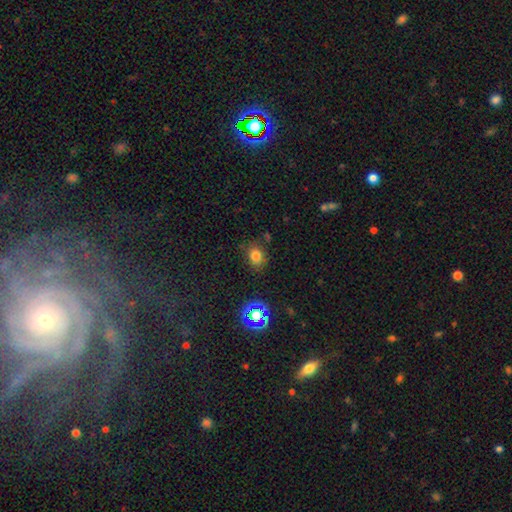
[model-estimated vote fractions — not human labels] This is likely a smooth galaxy (75%). How rounded: possibly round (56%). Merging: likely none (76%).